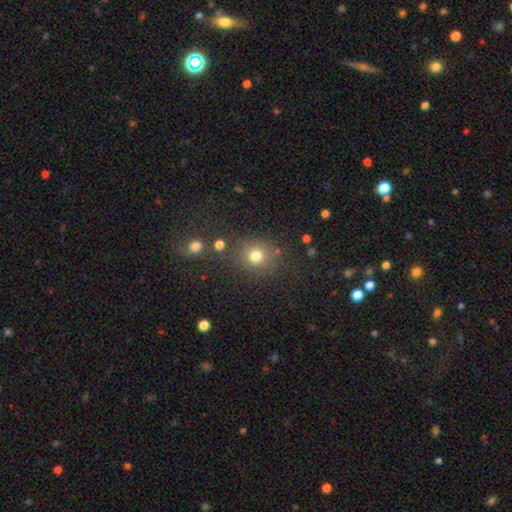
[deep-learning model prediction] smooth 75%, star or artifact 17%, featured or disk 7%. Down the decision tree: how rounded — round (82%); merging — none (76%).